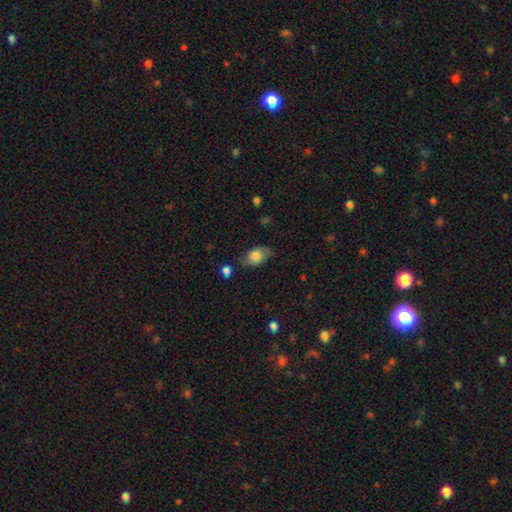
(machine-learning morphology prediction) Smooth or featured?
  - smooth: 77% *
  - featured or disk: 15%
  - star or artifact: 8%
How rounded?
  - in between: 83% *
  - round: 15%
  - cigar-shaped: 2%
Merging?
  - none: 64% *
  - minor disturbance: 26%
  - major disturbance: 7%
  - merger: 2%